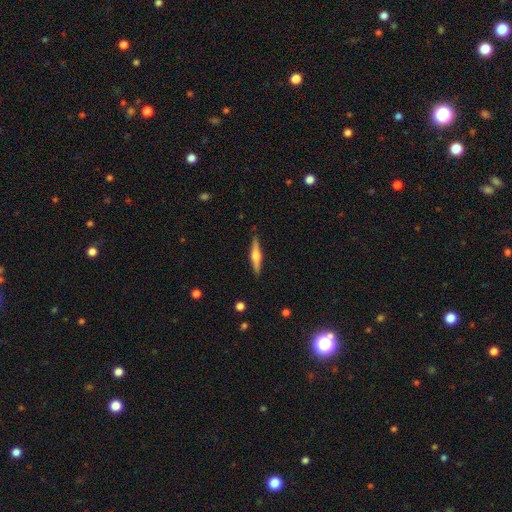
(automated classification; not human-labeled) featured or disk 62%, smooth 32%, star or artifact 6%. Down the decision tree: edge-on disk — yes (97%); edge-on bulge — rounded (85%); merging — none (90%).